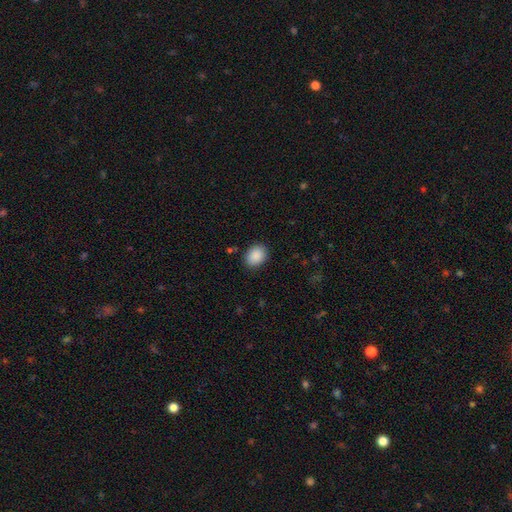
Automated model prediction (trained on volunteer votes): Smooth or featured? smooth (90%)
How rounded? in between (60%)
Merging? none (88%)